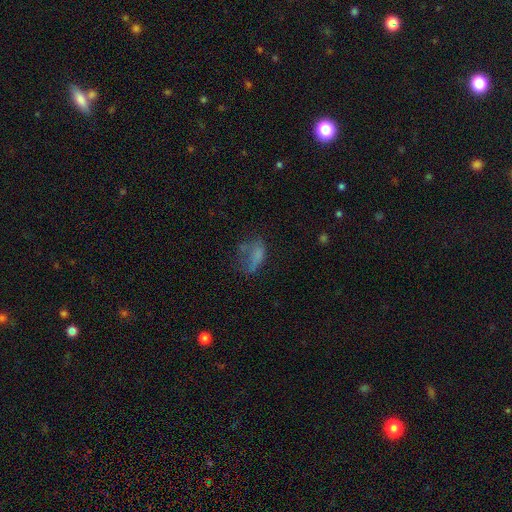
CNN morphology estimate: This appears to be a smooth galaxy with no disk features (59%) that is in between round and cigar-shaped (82%). Merging: major disturbance (37%).